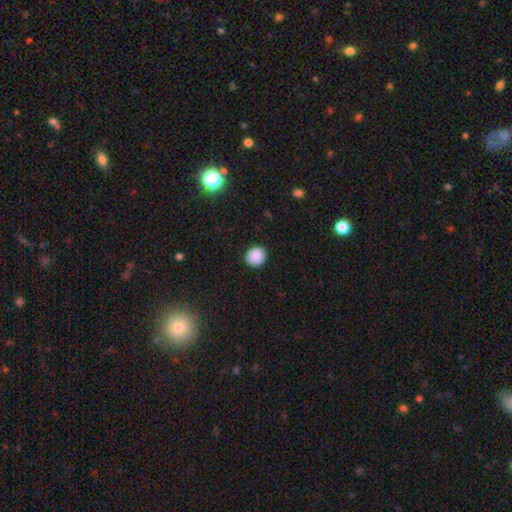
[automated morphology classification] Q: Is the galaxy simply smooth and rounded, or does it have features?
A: smooth — 87%.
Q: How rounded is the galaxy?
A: round — 89%.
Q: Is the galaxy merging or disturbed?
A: none — 91%.